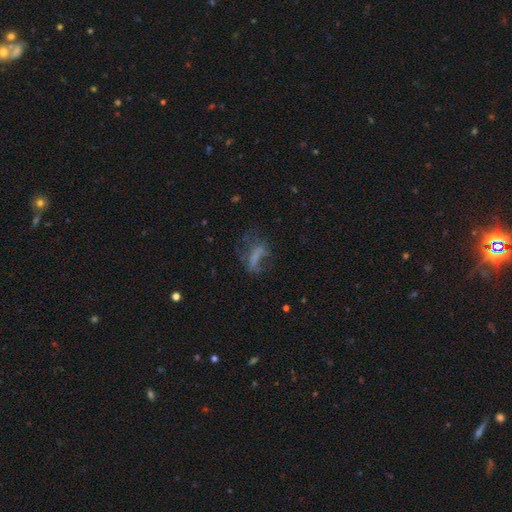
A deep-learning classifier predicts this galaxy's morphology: Smooth or featured?
  - smooth: 41% *
  - featured or disk: 39%
  - star or artifact: 20%
Merging?
  - major disturbance: 43% *
  - none: 33%
  - minor disturbance: 19%
  - merger: 5%